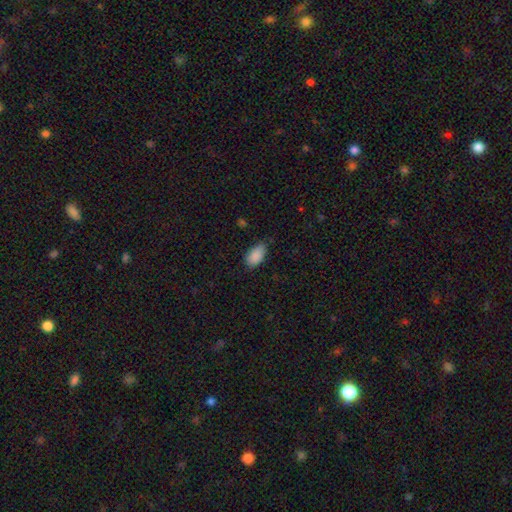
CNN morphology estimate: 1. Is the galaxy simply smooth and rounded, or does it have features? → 89% smooth, 7% star or artifact, 4% featured or disk.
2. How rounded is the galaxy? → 94% in between, 4% round, 3% cigar-shaped.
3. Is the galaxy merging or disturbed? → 68% none, 26% minor disturbance, 4% major disturbance, 1% merger.